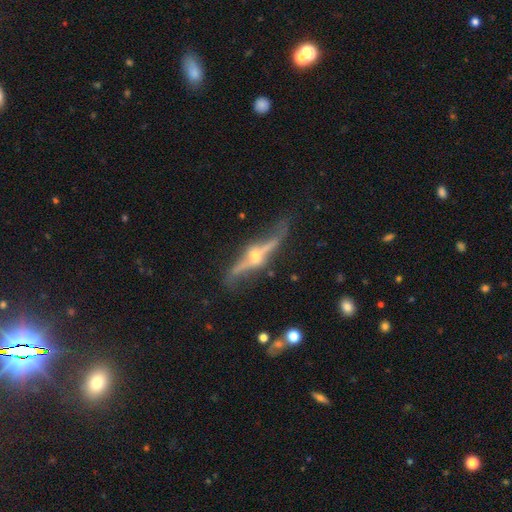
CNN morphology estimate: Smooth or featured? Predicted: featured or disk (p=0.87). Edge-on disk? Predicted: yes (p=0.80). Edge-on bulge? Predicted: rounded (p=0.95). Merging? Predicted: none (p=0.66).